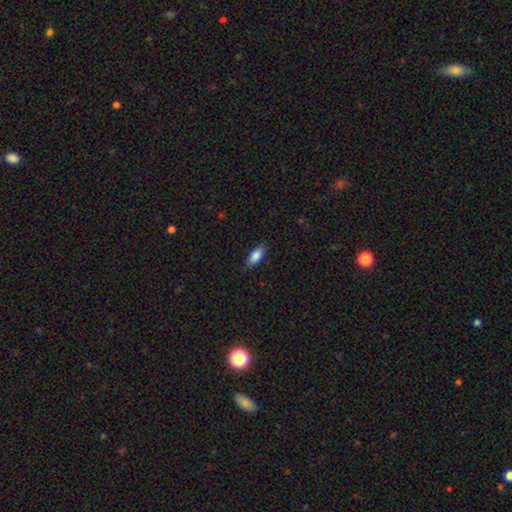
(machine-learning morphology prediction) smooth_or_featured: smooth (p=0.85) [alt: featured or disk p=0.08]
how_rounded: in between (p=0.80) [alt: cigar-shaped p=0.18]
merging: none (p=0.84) [alt: minor disturbance p=0.12]